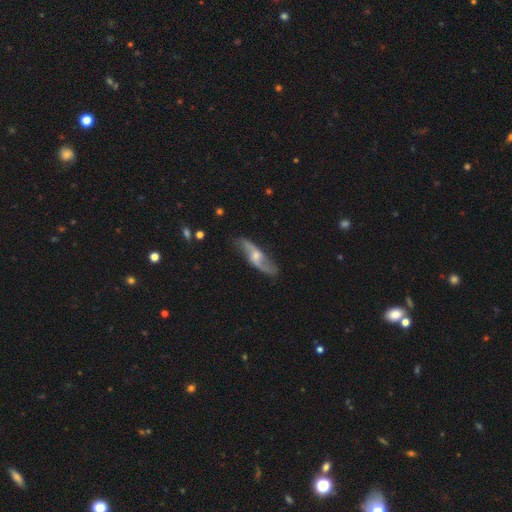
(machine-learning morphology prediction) The model was most divided on "bar": no: 47%, weak: 42%, strong: 11%. More confident: spiral arms — yes (92%); spiral arm count — 2 (90%); edge-on disk — no (79%); merging — none (78%); smooth or featured — featured or disk (78%); spiral winding — loose (70%); bulge size — moderate (55%).